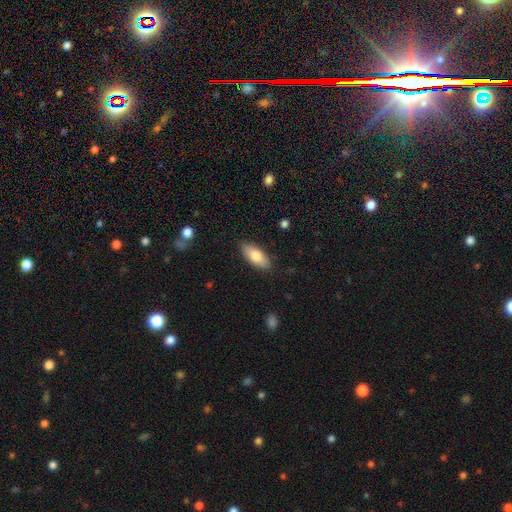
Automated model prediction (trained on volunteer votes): smooth_or_featured: smooth (p=0.78) [alt: featured or disk p=0.16]
how_rounded: in between (p=0.82) [alt: cigar-shaped p=0.16]
merging: none (p=0.87) [alt: minor disturbance p=0.10]